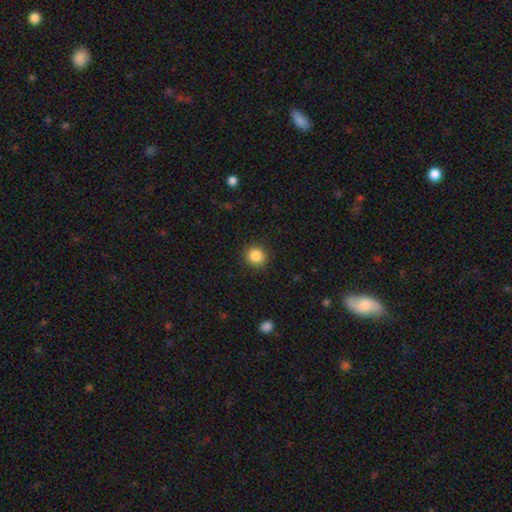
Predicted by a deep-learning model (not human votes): Q: Smooth or featured?
A: smooth (86%); runner-up: star or artifact (10%)
Q: How rounded?
A: round (91%); runner-up: in between (8%)
Q: Merging?
A: none (91%); runner-up: minor disturbance (6%)